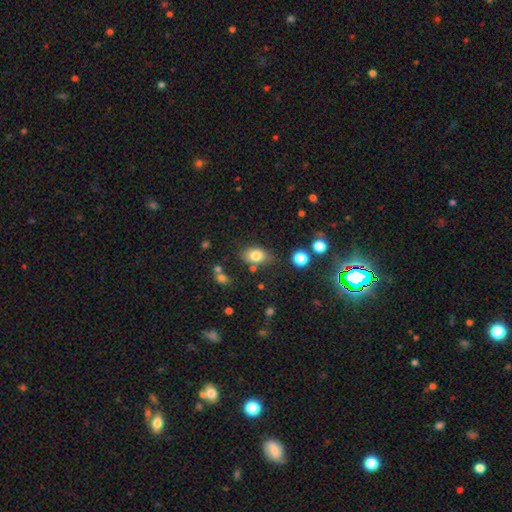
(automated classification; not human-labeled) smooth_or_featured: smooth (p=0.80) [alt: featured or disk p=0.10]
how_rounded: in between (p=0.84) [alt: round p=0.14]
merging: none (p=0.74) [alt: minor disturbance p=0.16]